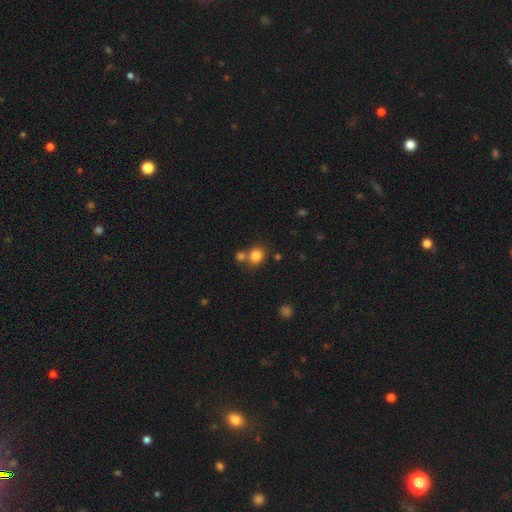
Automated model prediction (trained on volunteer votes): Smooth or featured? smooth (83%)
How rounded? round (74%)
Merging? none (61%)